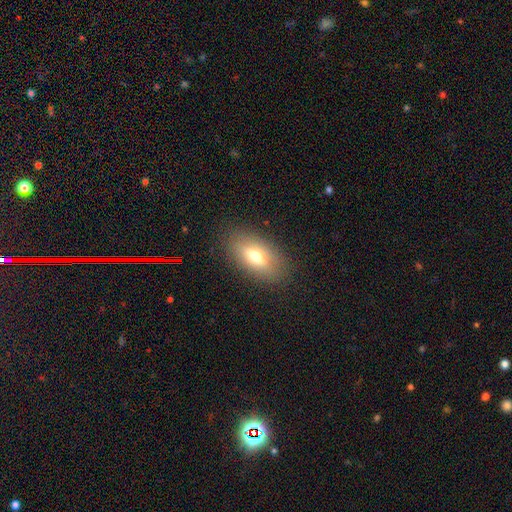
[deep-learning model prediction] Smooth or featured? smooth (68%)
How rounded? in between (84%)
Merging? none (84%)